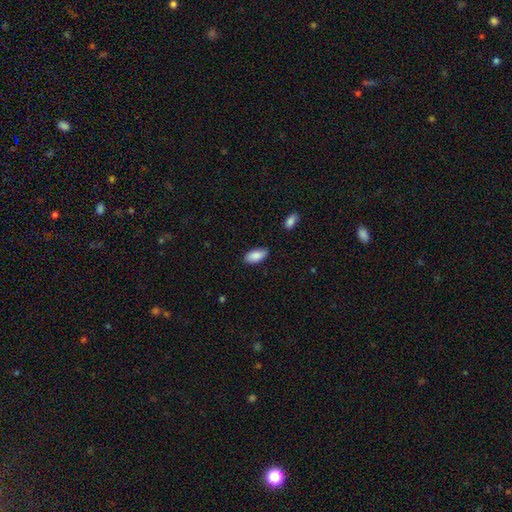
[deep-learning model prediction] A smooth galaxy with no disk features (87%) that is in between round and cigar-shaped (91%).

Vote fractions:
- Smooth or featured? smooth: 87% / star or artifact: 6% / featured or disk: 6%
- How rounded? in between: 91% / cigar-shaped: 7% / round: 2%
- Merging? none: 85% / minor disturbance: 11% / major disturbance: 2% / merger: 2%